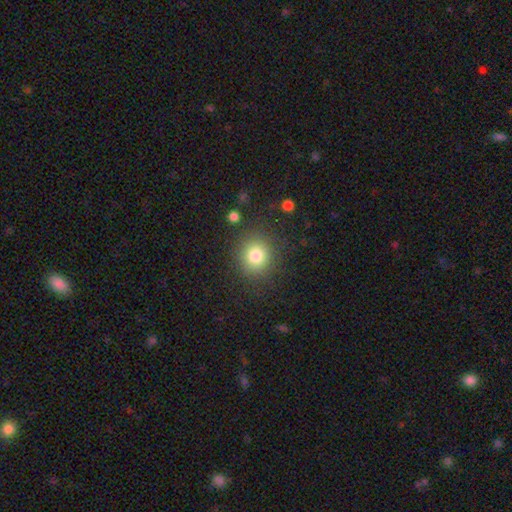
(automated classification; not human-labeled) A smooth galaxy with no disk features (80%) that is round (89%).

Vote fractions:
- Smooth or featured? smooth: 80% / star or artifact: 12% / featured or disk: 8%
- How rounded? round: 89% / in between: 10% / cigar-shaped: 1%
- Merging? none: 86% / minor disturbance: 8% / major disturbance: 4% / merger: 2%